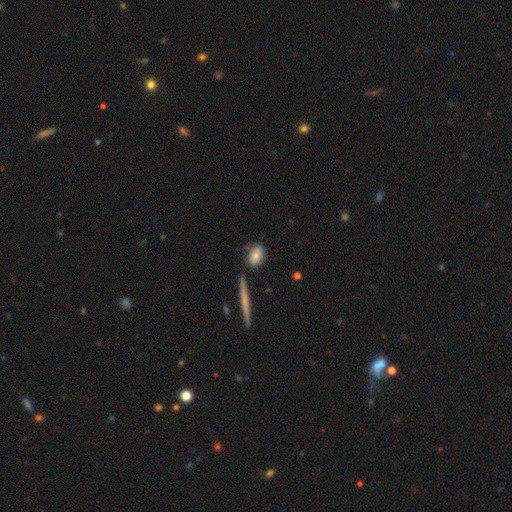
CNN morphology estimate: The model was most divided on "merging": none: 66%, minor disturbance: 20%, merger: 8%, major disturbance: 6%. More confident: how rounded — in between (79%); smooth or featured — smooth (79%).